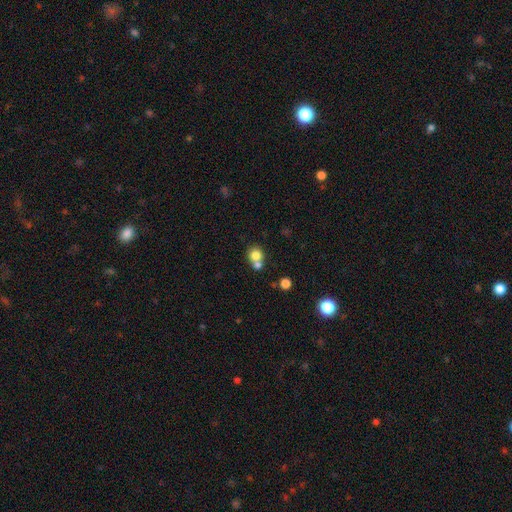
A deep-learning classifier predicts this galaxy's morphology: Smooth or featured? Predicted: smooth (p=0.78). How rounded? Predicted: round (p=0.84). Merging? Predicted: merger (p=0.45, tied with none).